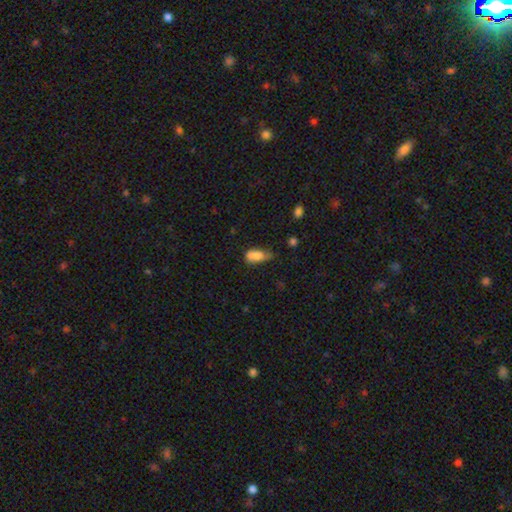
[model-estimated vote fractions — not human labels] A smooth galaxy with no disk features (76%) that is in between round and cigar-shaped (82%).

Vote fractions:
- Smooth or featured? smooth: 76% / featured or disk: 15% / star or artifact: 9%
- How rounded? in between: 82% / cigar-shaped: 11% / round: 6%
- Merging? minor disturbance: 35% / none: 33% / merger: 17% / major disturbance: 15%